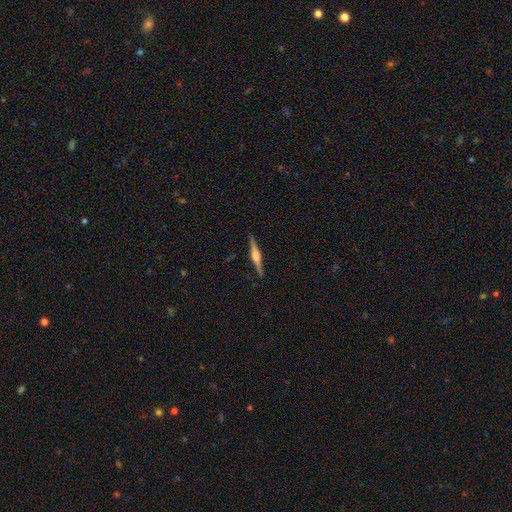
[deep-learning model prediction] This is likely a featured or disk galaxy (78%). It is clearly viewed edge-on (98%). Edge-on bulge: likely rounded (80%). Merging: clearly none (90%).